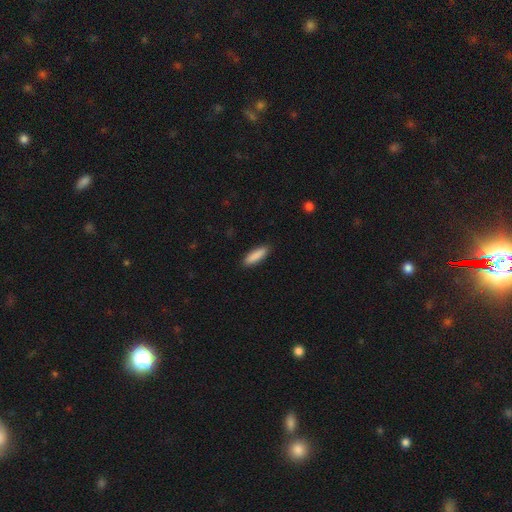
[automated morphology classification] smooth 89%, star or artifact 6%, featured or disk 5%. Down the decision tree: how rounded — cigar-shaped (62%); merging — none (89%).